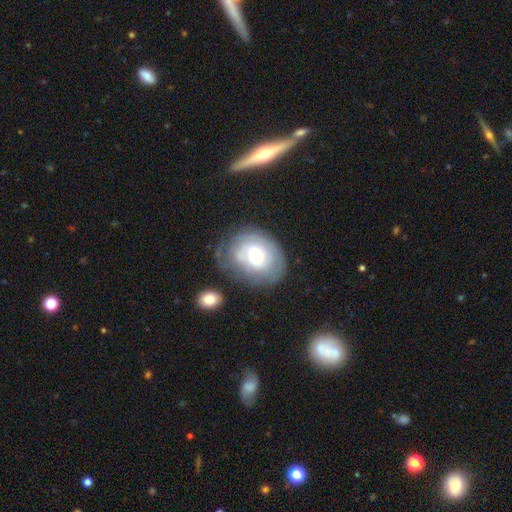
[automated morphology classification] smooth-or-featured: featured or disk: 55% | smooth: 37% | star or artifact: 8%
  disk-edge-on: no: 96% | yes: 4%
    bar: no: 79% | weak: 17% | strong: 4%
    has-spiral-arms: yes: 64% | no: 36%
    bulge-size: moderate: 46% (tied) | small: 46% (tied) | large: 5% | dominant: 1% | none: 1%
  merging: none: 59% | minor disturbance: 23% | major disturbance: 12% | merger: 6%